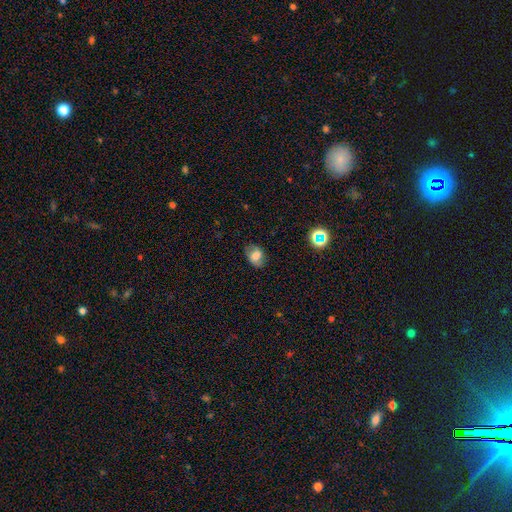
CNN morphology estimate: This appears to be a smooth galaxy with no disk features (61%) that is in between round and cigar-shaped (72%). Merging: none (77%).